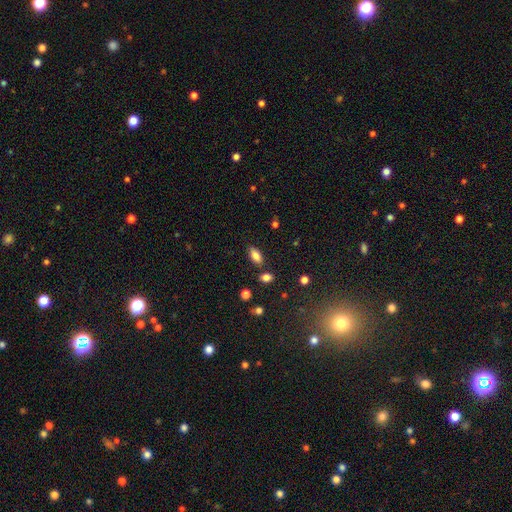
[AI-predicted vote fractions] The model was most divided on "merging": none: 81%, minor disturbance: 11%, merger: 6%, major disturbance: 3%. More confident: how rounded — in between (90%); smooth or featured — smooth (85%).